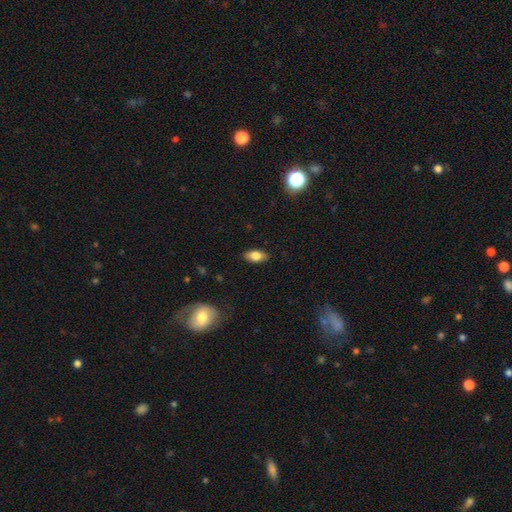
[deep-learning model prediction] A smooth galaxy with no disk features (77%) that is in between round and cigar-shaped (87%). Merging: none (87%).